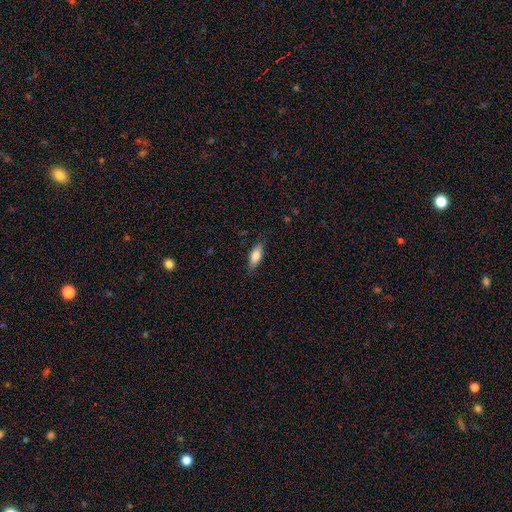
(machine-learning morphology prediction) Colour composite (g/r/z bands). It shows a smooth galaxy with no disk features (77%) that is in between round and cigar-shaped (71%). Merging: none (82%).